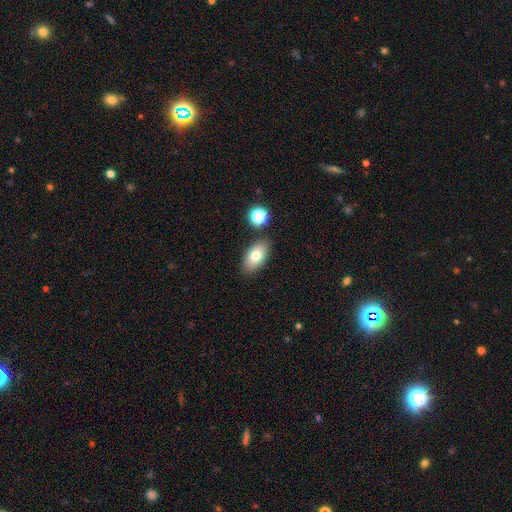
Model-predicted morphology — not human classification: Smooth or featured? Predicted: smooth (p=0.76). How rounded? Predicted: in between (p=0.91). Merging? Predicted: none (p=0.82).